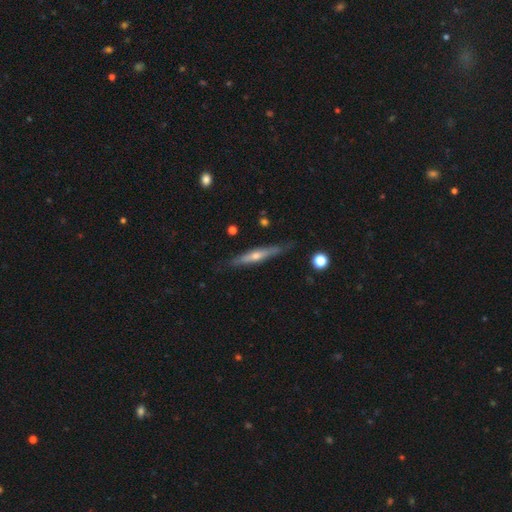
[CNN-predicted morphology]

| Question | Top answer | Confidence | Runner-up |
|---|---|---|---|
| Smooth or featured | featured or disk | 64% | smooth (30%) |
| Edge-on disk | yes | 93% | no (7%) |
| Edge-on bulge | rounded | 77% | none (19%) |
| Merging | none | 81% | minor disturbance (14%) |